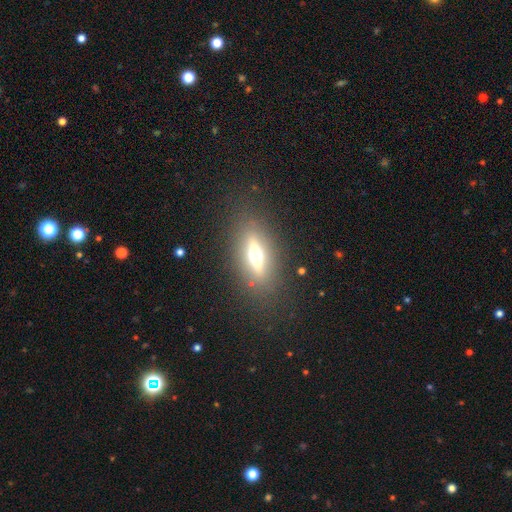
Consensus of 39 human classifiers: smooth-or-featured: featured or disk: 69% | smooth: 21% | star or artifact: 10%
  disk-edge-on: yes: 81% | no: 19%
    edge-on-bulge: rounded: 100% | boxy: 0% | none: 0%
  merging: none: 80% | major disturbance: 11% | minor disturbance: 9% | merger: 0%